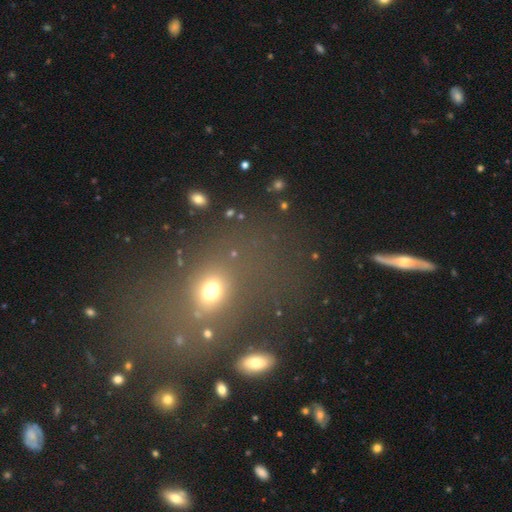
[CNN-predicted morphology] A smooth galaxy with no disk features (44%).

Vote fractions:
- Smooth or featured? smooth: 44% / star or artifact: 37% / featured or disk: 19%
- Merging? none: 68% / minor disturbance: 14% / major disturbance: 10% / merger: 9%